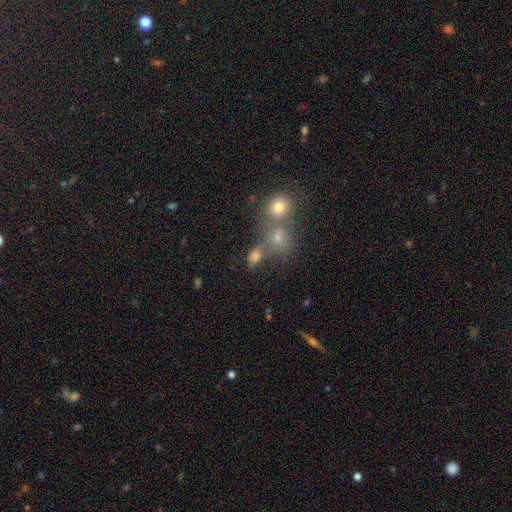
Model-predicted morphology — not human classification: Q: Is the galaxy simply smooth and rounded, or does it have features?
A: smooth — 62%.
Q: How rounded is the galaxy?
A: in between — 55%.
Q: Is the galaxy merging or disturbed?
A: none — 47%.